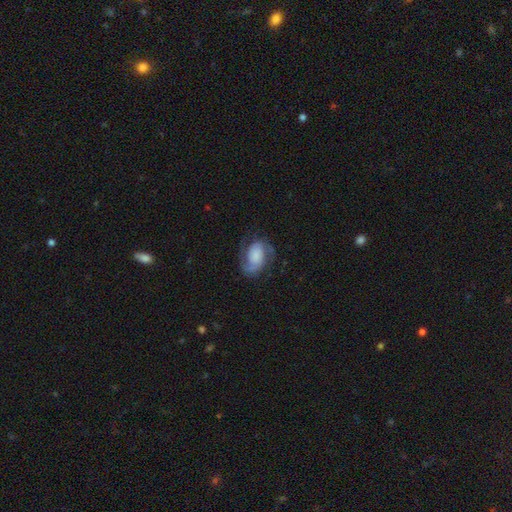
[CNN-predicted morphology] Overall: featured or disk (74%). Edge-on disk: no (98%). Bar: no (61%; weak 30%). Spiral arms: yes (95%). Spiral arm count: 2 (86%). Spiral winding: medium (48%; tight 31%). Bulge size: none (30%; small 24%). Merging: none (68%).